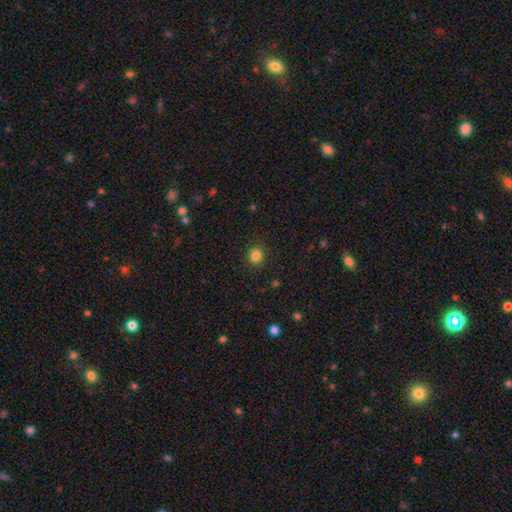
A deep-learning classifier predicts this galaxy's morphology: smooth 84%, star or artifact 12%, featured or disk 4%. Down the decision tree: how rounded — round (87%); merging — none (90%).